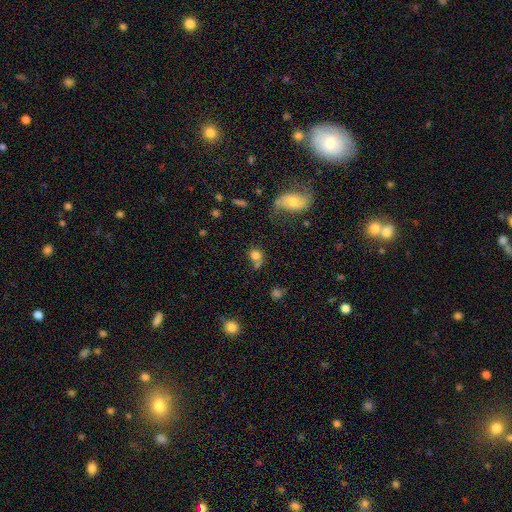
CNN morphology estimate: smooth 78%, star or artifact 13%, featured or disk 10%. Down the decision tree: how rounded — round (74%); merging — none (47%).